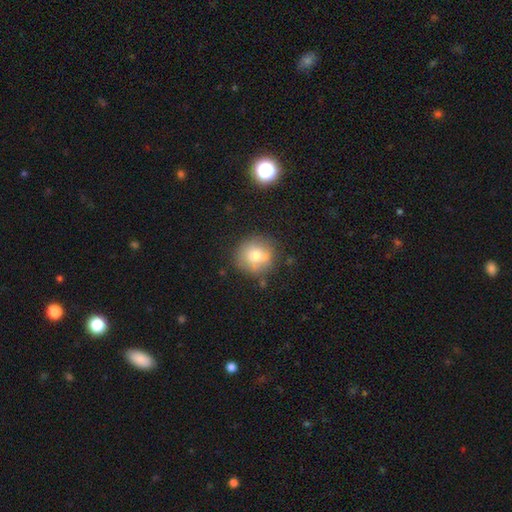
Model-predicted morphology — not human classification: The model was most divided on "smooth or featured": smooth: 71%, featured or disk: 18%, star or artifact: 11%. More confident: how rounded — round (91%); merging — none (72%).